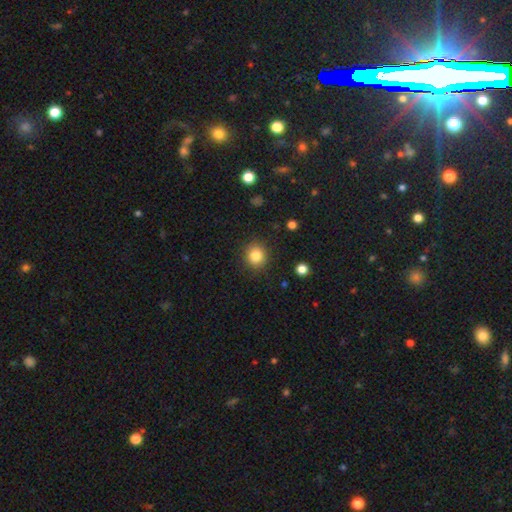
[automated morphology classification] Smooth or featured: smooth — 83% (star or artifact — 11%)
How rounded: round — 89% (in between — 10%)
Merging: none — 89% (minor disturbance — 7%)